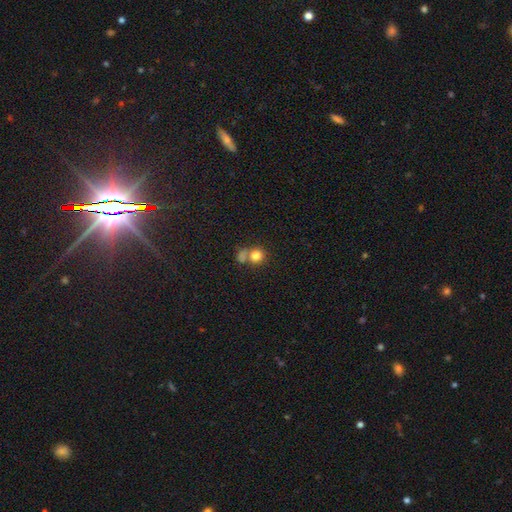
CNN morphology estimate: type=smooth (80%); roundness=round (86%); merging=none (50%).